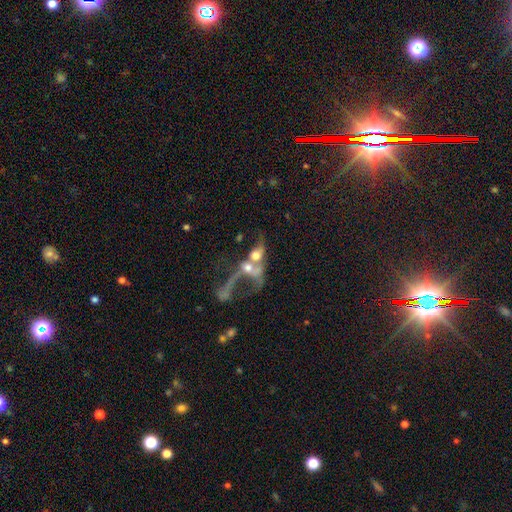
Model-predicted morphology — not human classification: Smooth or featured? featured or disk (49%)
Merging? merger (71%)